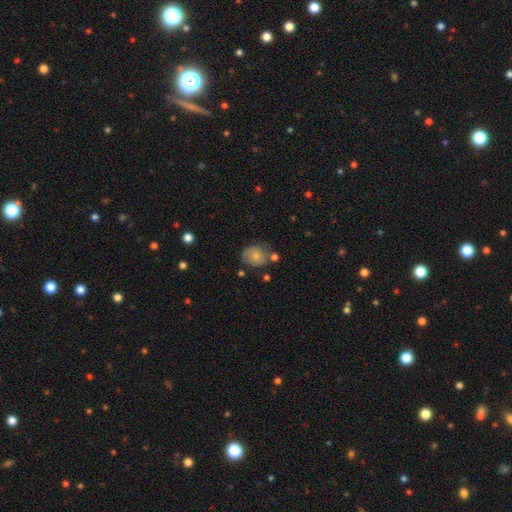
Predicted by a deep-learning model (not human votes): Smooth or featured? smooth (72%)
How rounded? round (55%)
Merging? none (57%)